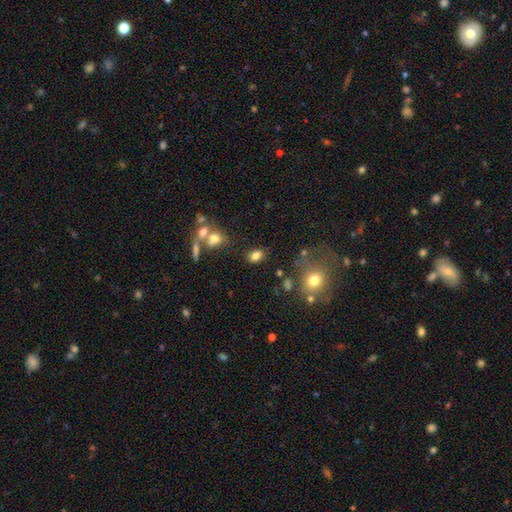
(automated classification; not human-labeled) smooth_or_featured: smooth (p=0.79) [alt: star or artifact p=0.12]
how_rounded: in between (p=0.79) [alt: round p=0.19]
merging: none (p=0.74) [alt: minor disturbance p=0.13]